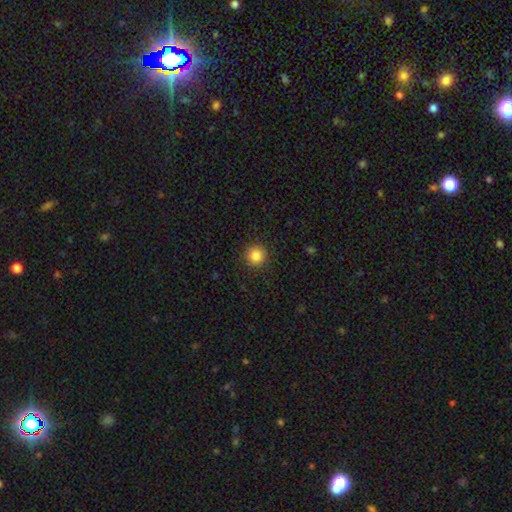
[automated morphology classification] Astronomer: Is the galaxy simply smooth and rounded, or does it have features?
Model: smooth — 86%.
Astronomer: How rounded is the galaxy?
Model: round — 95%.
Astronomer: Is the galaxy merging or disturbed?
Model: none — 92%.